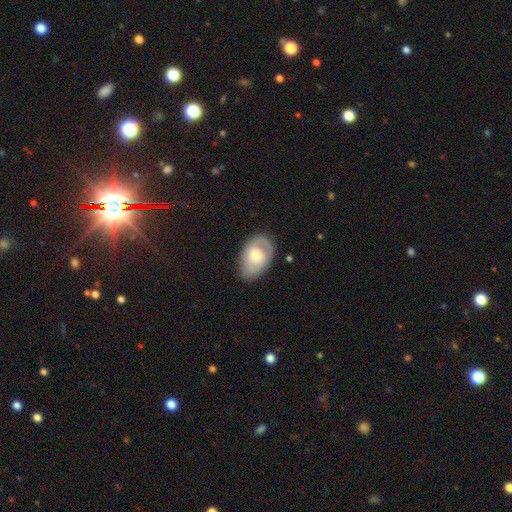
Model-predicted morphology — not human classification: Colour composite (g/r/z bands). It shows a featured or disk galaxy (49%). Merging: none (70%).